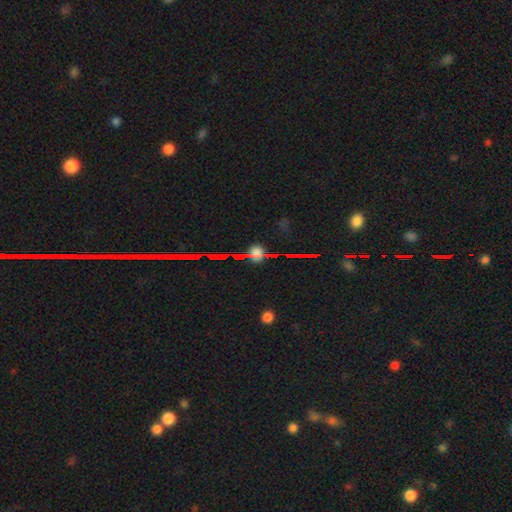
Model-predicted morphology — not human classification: Smooth or featured: star or artifact — 68% (smooth — 19%)